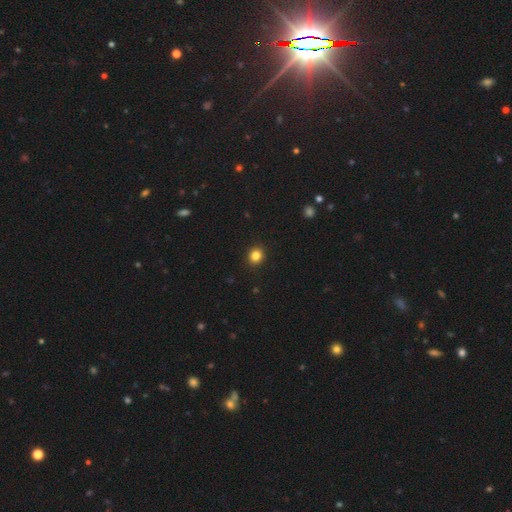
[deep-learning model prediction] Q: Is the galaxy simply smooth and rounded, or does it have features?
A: smooth — 84%.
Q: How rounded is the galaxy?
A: round — 81%.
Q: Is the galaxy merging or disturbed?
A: none — 92%.